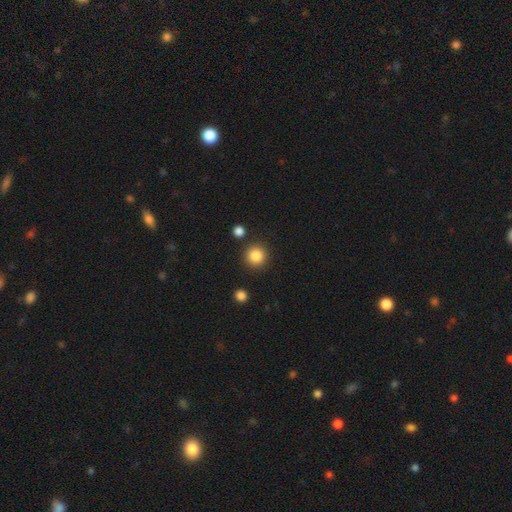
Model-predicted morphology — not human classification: Smooth or featured? Predicted: smooth (p=0.86). How rounded? Predicted: round (p=0.94). Merging? Predicted: none (p=0.88).